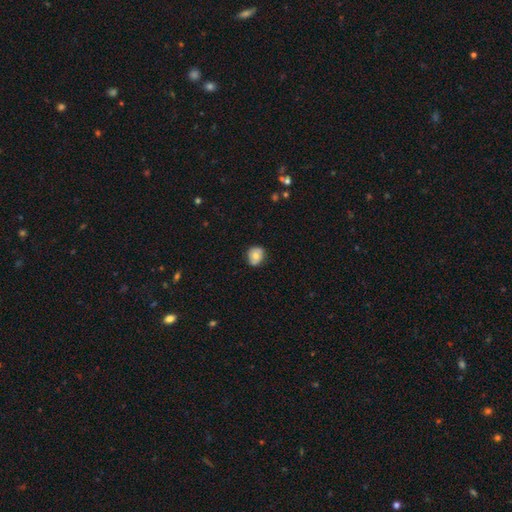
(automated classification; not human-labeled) Q: Smooth or featured?
A: smooth (69%); runner-up: featured or disk (23%)
Q: How rounded?
A: round (77%); runner-up: in between (22%)
Q: Merging?
A: none (78%); runner-up: minor disturbance (17%)